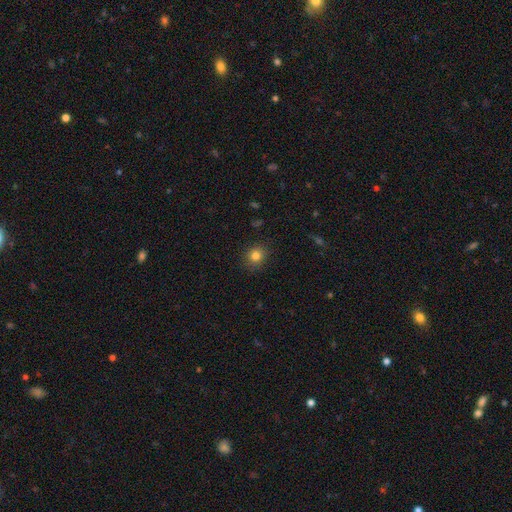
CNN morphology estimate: Smooth or featured? smooth (81%)
How rounded? round (81%)
Merging? none (88%)